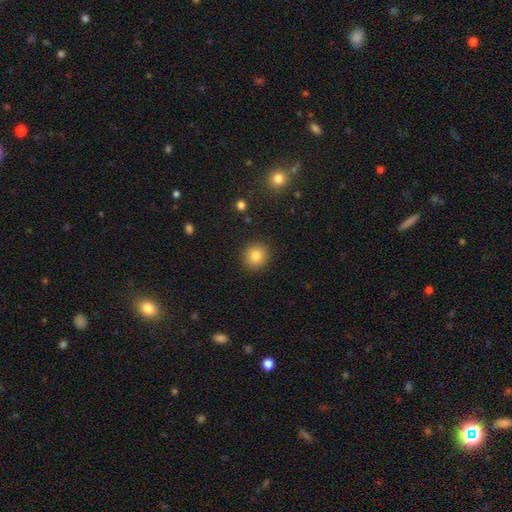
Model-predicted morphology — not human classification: Smooth or featured?
  - smooth: 82% *
  - star or artifact: 11%
  - featured or disk: 7%
How rounded?
  - round: 91% *
  - in between: 8%
  - cigar-shaped: 1%
Merging?
  - none: 91% *
  - minor disturbance: 6%
  - major disturbance: 2%
  - merger: 1%